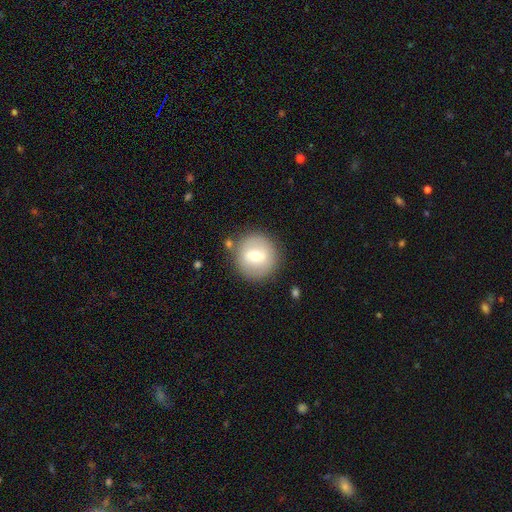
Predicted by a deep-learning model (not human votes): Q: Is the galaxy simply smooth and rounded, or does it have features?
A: smooth — 61%.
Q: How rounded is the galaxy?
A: round — 94%.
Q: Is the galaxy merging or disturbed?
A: none — 82%.